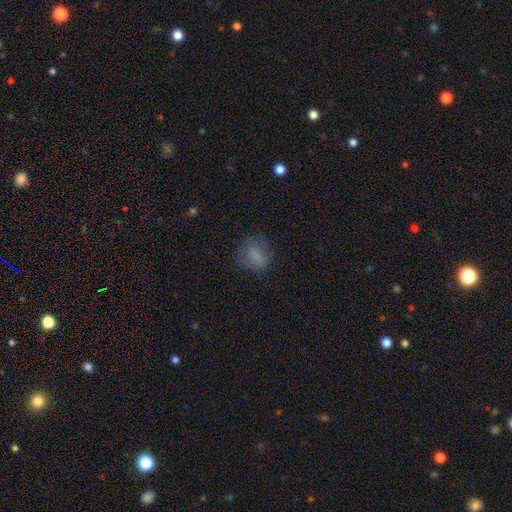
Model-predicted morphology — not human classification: Q: Smooth or featured?
A: smooth (74%); runner-up: star or artifact (13%)
Q: How rounded?
A: round (58%); runner-up: in between (40%)
Q: Merging?
A: none (65%); runner-up: minor disturbance (20%)